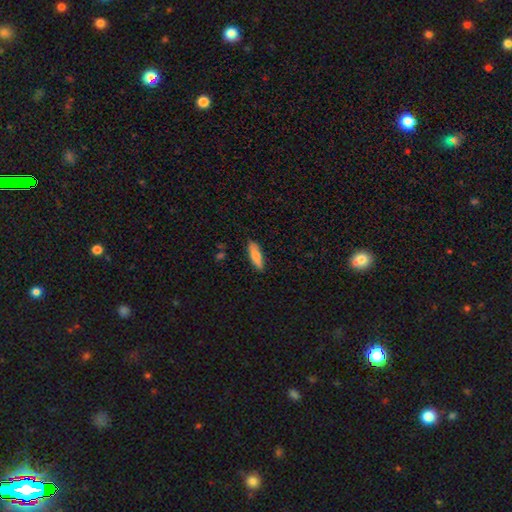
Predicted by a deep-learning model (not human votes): Q: Smooth or featured?
A: smooth (76%); runner-up: featured or disk (18%)
Q: How rounded?
A: cigar-shaped (55%); runner-up: in between (43%)
Q: Merging?
A: none (86%); runner-up: minor disturbance (11%)